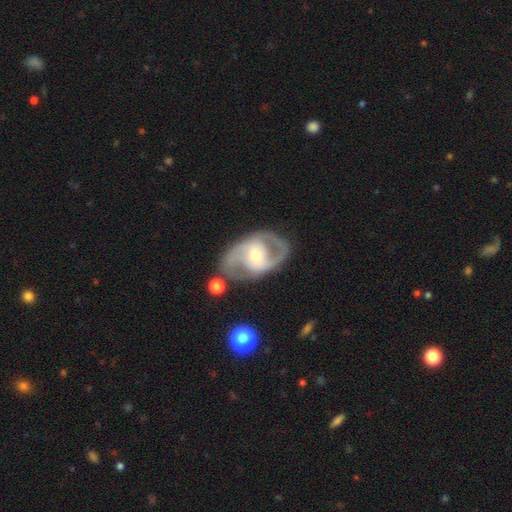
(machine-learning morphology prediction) featured or disk 83%, smooth 12%, star or artifact 5%. Down the decision tree: edge-on disk — no (95%); bar — no (46%); spiral arms — yes (85%); spiral arm count — 2 (84%); spiral winding — medium (53%); bulge size — moderate (53%); merging — none (73%).